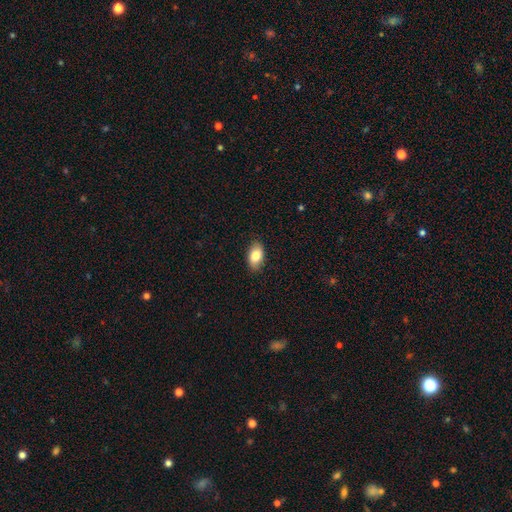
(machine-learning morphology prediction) smooth 81%, featured or disk 12%, star or artifact 7%. Down the decision tree: how rounded — in between (91%); merging — none (87%).